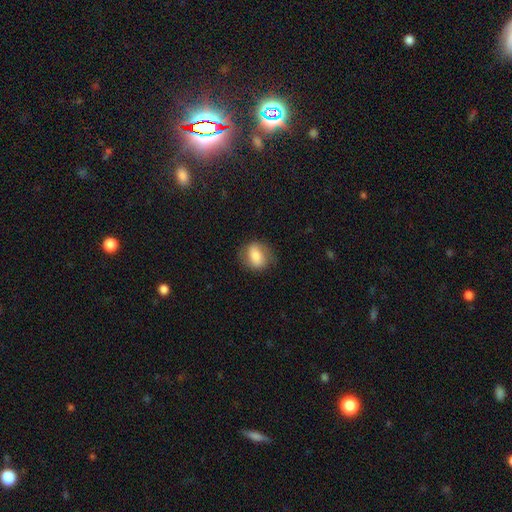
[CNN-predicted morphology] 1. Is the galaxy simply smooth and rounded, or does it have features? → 70% smooth, 23% featured or disk, 8% star or artifact.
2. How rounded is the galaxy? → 57% in between, 41% round, 2% cigar-shaped.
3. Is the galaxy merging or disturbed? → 75% none, 17% minor disturbance, 6% major disturbance, 1% merger.